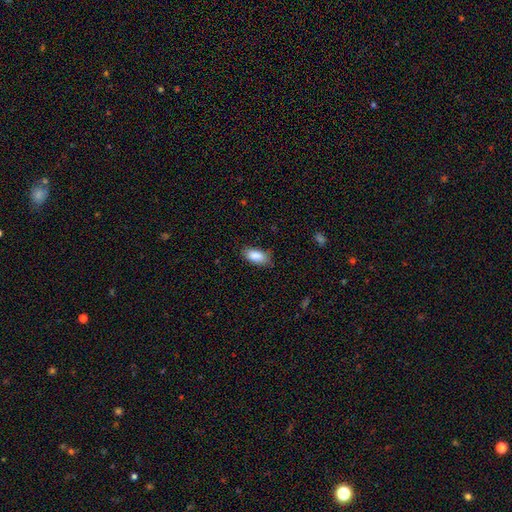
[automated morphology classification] Overall: smooth (88%). How rounded: in between (91%). Merging: none (77%).